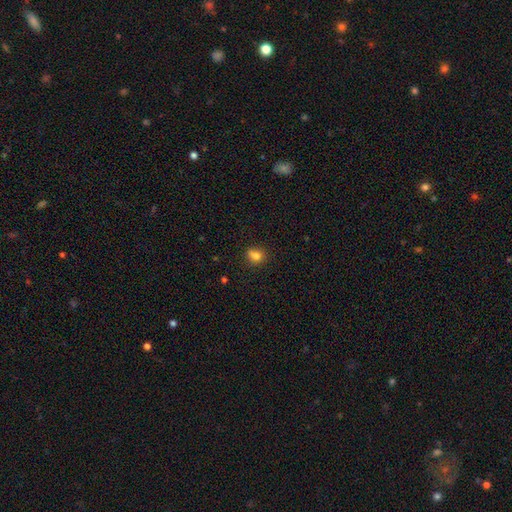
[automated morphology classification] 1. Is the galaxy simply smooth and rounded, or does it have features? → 78% smooth, 13% star or artifact, 9% featured or disk.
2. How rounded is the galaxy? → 67% round, 31% in between, 1% cigar-shaped.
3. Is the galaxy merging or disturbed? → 61% none, 19% minor disturbance, 14% merger, 5% major disturbance.